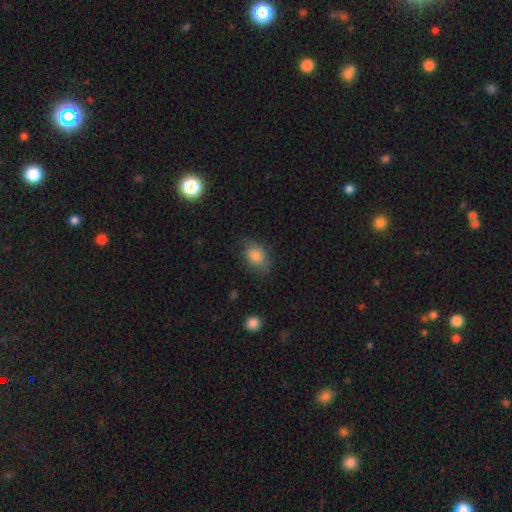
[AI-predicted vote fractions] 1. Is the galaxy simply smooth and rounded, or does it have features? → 76% smooth, 15% featured or disk, 8% star or artifact.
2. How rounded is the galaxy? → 78% in between, 20% round, 2% cigar-shaped.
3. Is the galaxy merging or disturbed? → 63% none, 26% minor disturbance, 9% major disturbance, 1% merger.